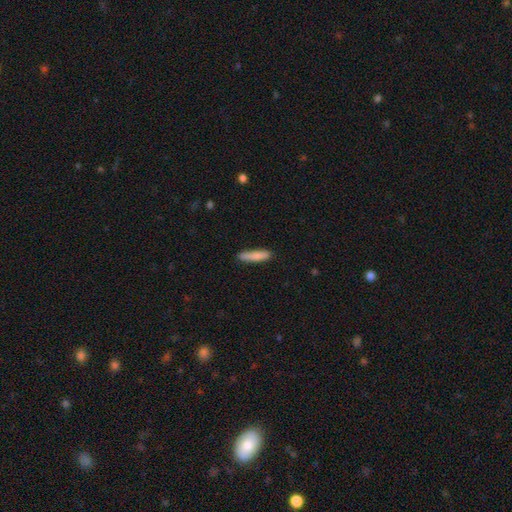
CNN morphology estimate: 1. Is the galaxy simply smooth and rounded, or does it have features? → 83% smooth, 11% featured or disk, 6% star or artifact.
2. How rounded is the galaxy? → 85% cigar-shaped, 14% in between, 1% round.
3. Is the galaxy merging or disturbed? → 83% none, 13% minor disturbance, 2% major disturbance, 2% merger.